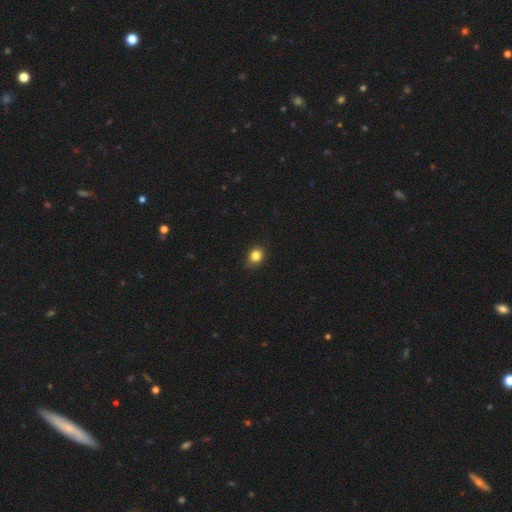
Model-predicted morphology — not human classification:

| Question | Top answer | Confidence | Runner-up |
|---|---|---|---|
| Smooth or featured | smooth | 82% | star or artifact (12%) |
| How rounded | round | 71% | in between (28%) |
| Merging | none | 77% | minor disturbance (19%) |